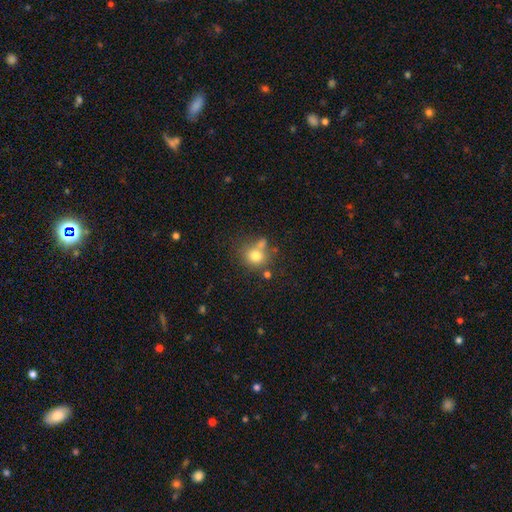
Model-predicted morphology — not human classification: This appears to be a smooth galaxy with no disk features (74%) that is round (78%). Merging: none (56%).